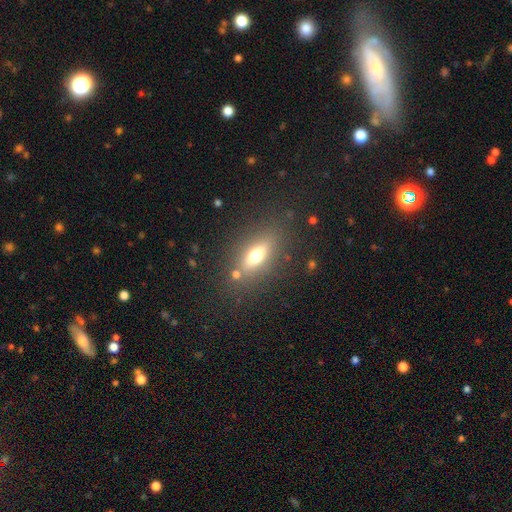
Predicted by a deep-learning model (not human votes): smooth 61%, featured or disk 27%, star or artifact 12%. Down the decision tree: how rounded — in between (70%); merging — none (78%).